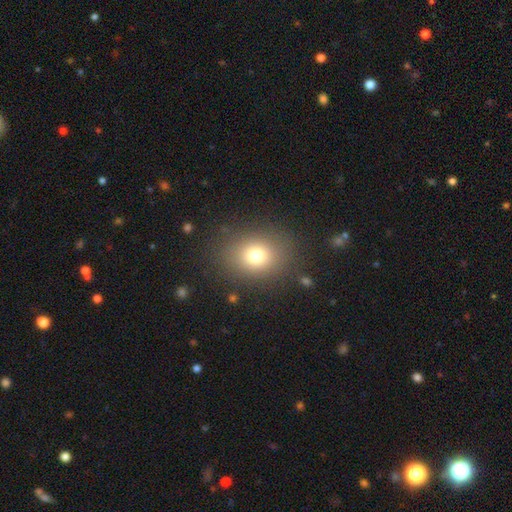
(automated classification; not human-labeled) This appears to be a smooth galaxy with no disk features (74%) that is round (55%). Merging: none (83%).